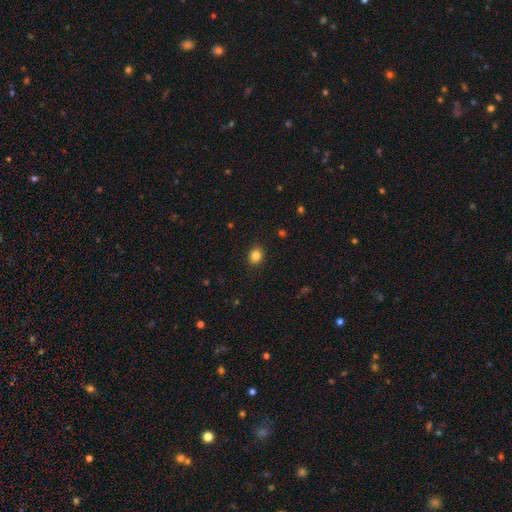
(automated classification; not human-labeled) A smooth galaxy with no disk features (84%) that is round (55%). Merging: none (90%).